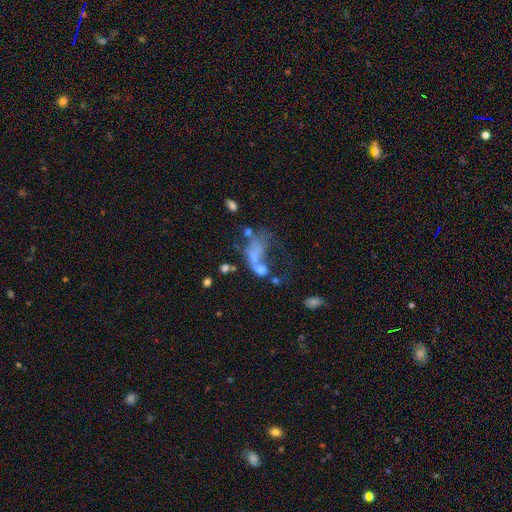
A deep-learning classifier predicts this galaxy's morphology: featured or disk 46%, smooth 34%, star or artifact 20%. Down the decision tree: merging — merger (38%).